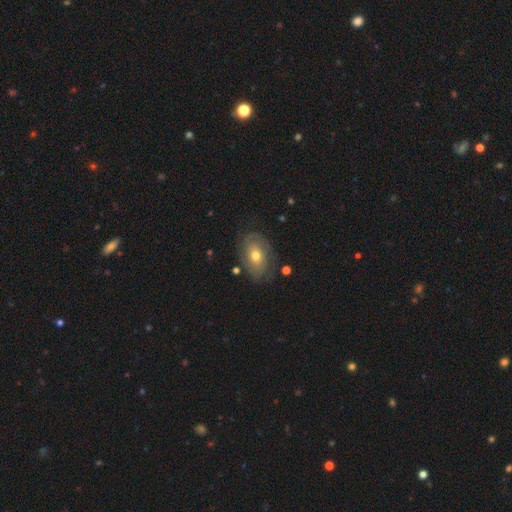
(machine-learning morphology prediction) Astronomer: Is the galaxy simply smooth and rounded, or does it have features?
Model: featured or disk — 60%.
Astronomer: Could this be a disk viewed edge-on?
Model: no — 94%.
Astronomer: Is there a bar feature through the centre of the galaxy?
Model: no — 80%.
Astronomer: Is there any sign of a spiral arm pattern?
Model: yes — 74%.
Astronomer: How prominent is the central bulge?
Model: moderate — 68%.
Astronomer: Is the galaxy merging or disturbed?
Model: none — 72%.